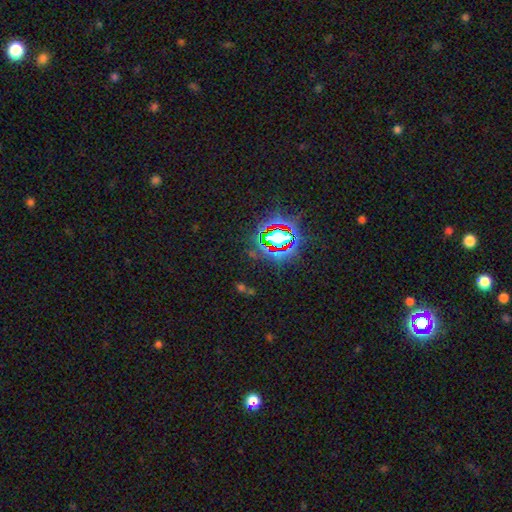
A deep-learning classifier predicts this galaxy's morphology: type=star or artifact (81%).